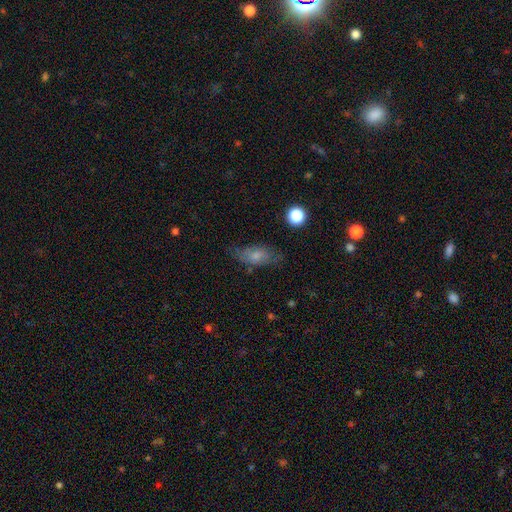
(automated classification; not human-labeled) smooth_or_featured: smooth (p=0.66) [alt: featured or disk p=0.24]
how_rounded: in between (p=0.82) [alt: cigar-shaped p=0.13]
merging: none (p=0.64) [alt: minor disturbance p=0.25]